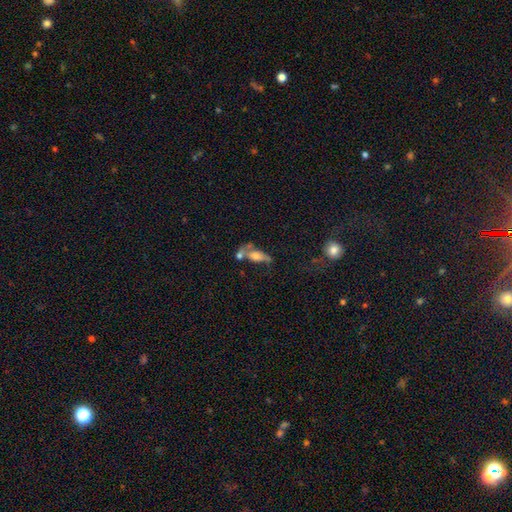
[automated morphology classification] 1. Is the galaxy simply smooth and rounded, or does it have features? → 47% smooth, 41% featured or disk, 12% star or artifact.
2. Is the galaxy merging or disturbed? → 40% merger, 24% none, 21% major disturbance, 15% minor disturbance.